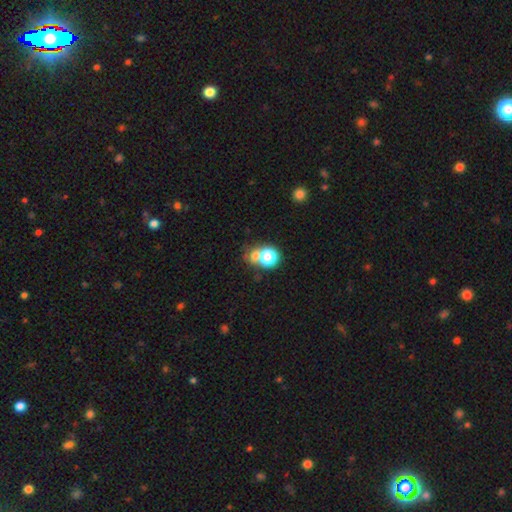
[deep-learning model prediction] Overall: smooth (70%). How rounded: round (74%). Merging: merger (48%; none 38%).